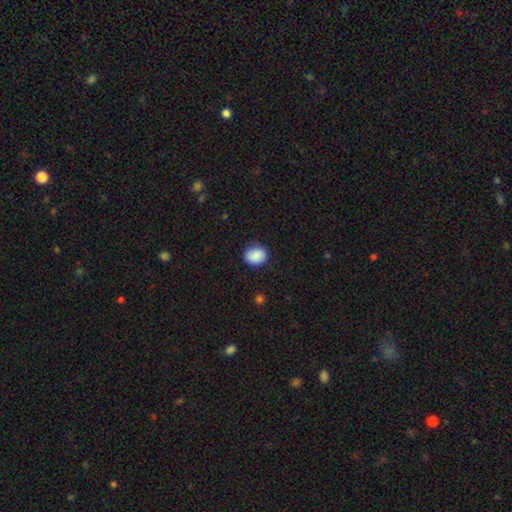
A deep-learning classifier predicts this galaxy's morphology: Q: Smooth or featured?
A: smooth (89%); runner-up: star or artifact (7%)
Q: How rounded?
A: round (57%); runner-up: in between (42%)
Q: Merging?
A: none (83%); runner-up: minor disturbance (13%)